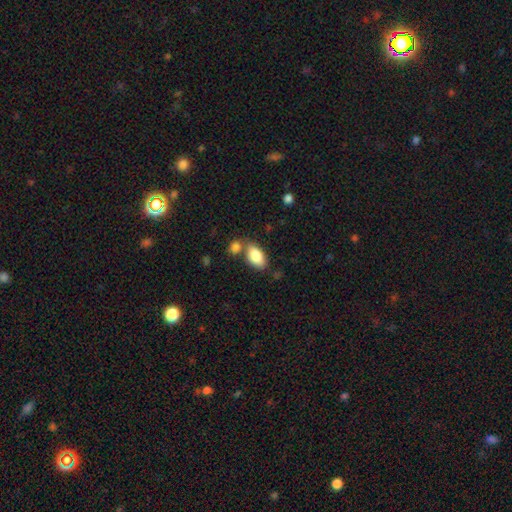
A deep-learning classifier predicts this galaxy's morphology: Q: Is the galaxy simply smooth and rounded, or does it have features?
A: smooth — 85%.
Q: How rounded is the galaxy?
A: in between — 92%.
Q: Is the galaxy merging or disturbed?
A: none — 61%.